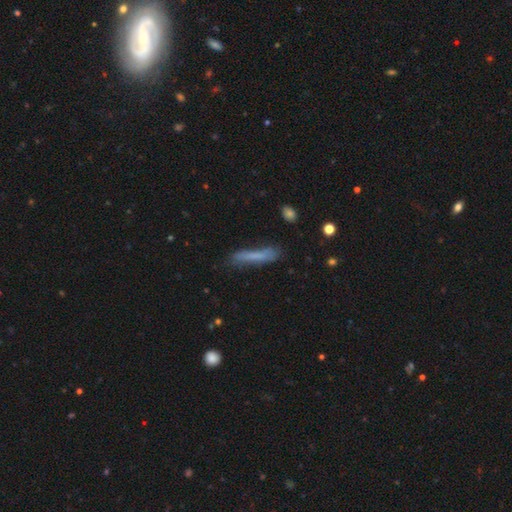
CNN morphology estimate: A smooth galaxy with no disk features (66%) that is cigar-shaped (91%). Merging: none (68%).